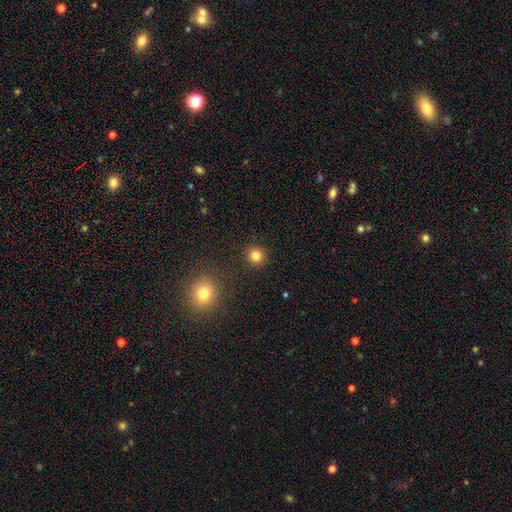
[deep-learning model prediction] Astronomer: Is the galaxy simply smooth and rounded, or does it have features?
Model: smooth — 82%.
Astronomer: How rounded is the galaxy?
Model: round — 94%.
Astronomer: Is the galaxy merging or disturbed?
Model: none — 91%.